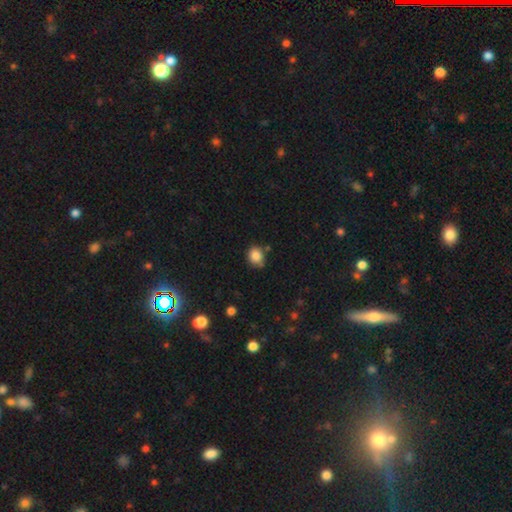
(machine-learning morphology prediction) Smooth or featured: smooth — 84% (star or artifact — 10%)
How rounded: round — 70% (in between — 29%)
Merging: none — 69% (minor disturbance — 21%)